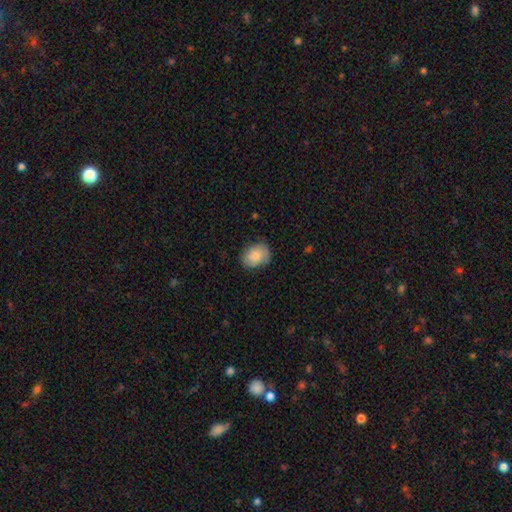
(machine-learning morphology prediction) Overall: smooth (81%). How rounded: in between (63%; round 36%). Merging: none (73%).